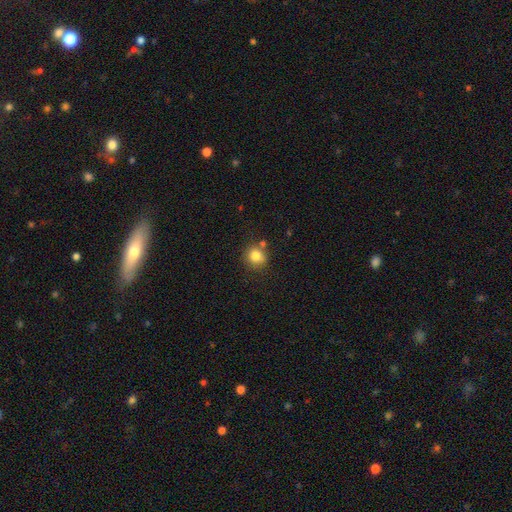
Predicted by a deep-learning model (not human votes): A smooth galaxy with no disk features (82%) that is round (86%). Merging: none (72%).